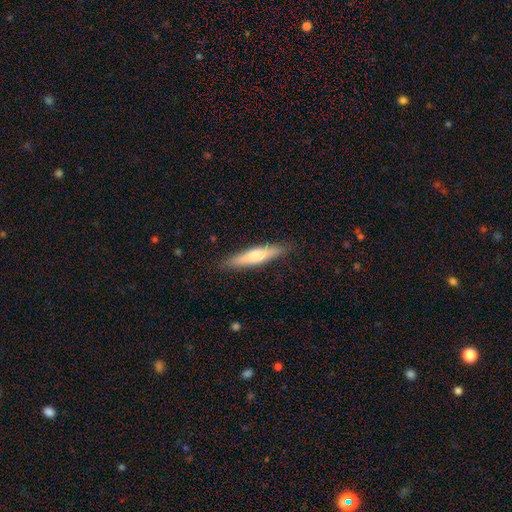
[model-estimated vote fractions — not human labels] smooth_or_featured: smooth (p=0.64) [alt: featured or disk p=0.30]
how_rounded: cigar-shaped (p=0.82) [alt: in between p=0.16]
merging: none (p=0.87) [alt: minor disturbance p=0.10]